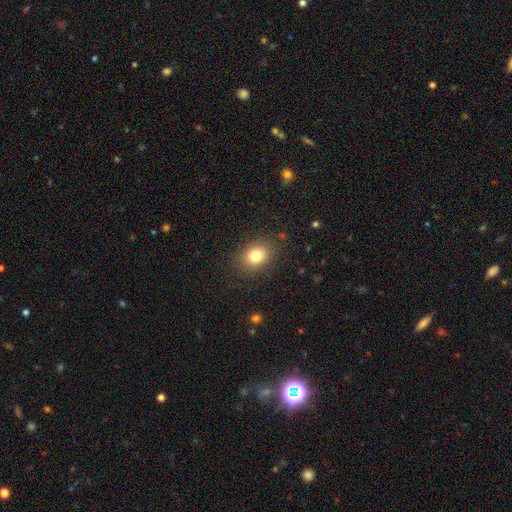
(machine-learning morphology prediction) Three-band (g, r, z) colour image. It shows a smooth galaxy with no disk features (79%) that is in between round and cigar-shaped (59%). Merging: none (85%).